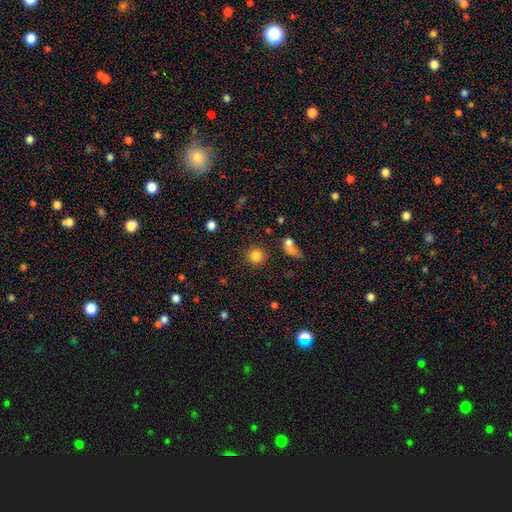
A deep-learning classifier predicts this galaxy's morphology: Overall: smooth (83%). How rounded: round (92%). Merging: none (84%).